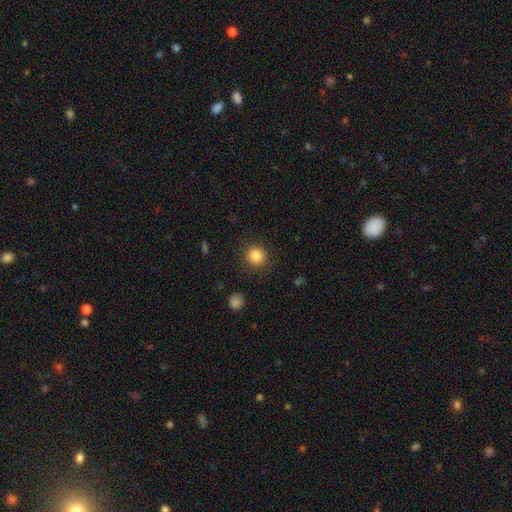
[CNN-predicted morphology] smooth_or_featured: smooth (p=0.85) [alt: star or artifact p=0.10]
how_rounded: round (p=0.91) [alt: in between p=0.08]
merging: none (p=0.90) [alt: minor disturbance p=0.06]